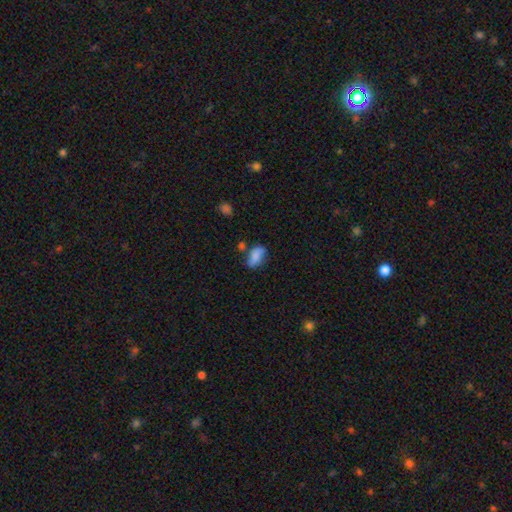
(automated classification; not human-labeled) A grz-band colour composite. It shows a smooth galaxy with no disk features (76%) that is in between round and cigar-shaped (89%). Merging: none (54%).